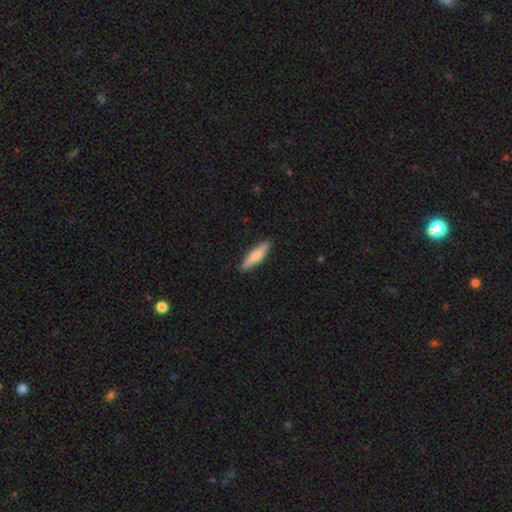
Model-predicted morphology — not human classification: Smooth or featured?
  - smooth: 65% *
  - featured or disk: 30%
  - star or artifact: 5%
How rounded?
  - cigar-shaped: 78% *
  - in between: 21%
  - round: 2%
Merging?
  - none: 90% *
  - minor disturbance: 7%
  - major disturbance: 2%
  - merger: 1%